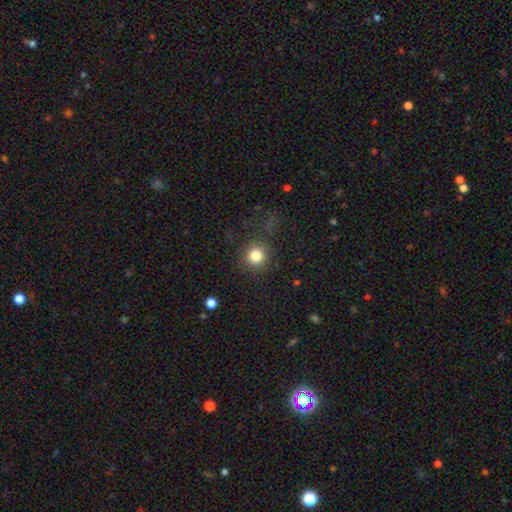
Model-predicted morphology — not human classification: Q: Smooth or featured?
A: smooth (82%); runner-up: star or artifact (12%)
Q: How rounded?
A: round (92%); runner-up: in between (7%)
Q: Merging?
A: none (85%); runner-up: minor disturbance (8%)